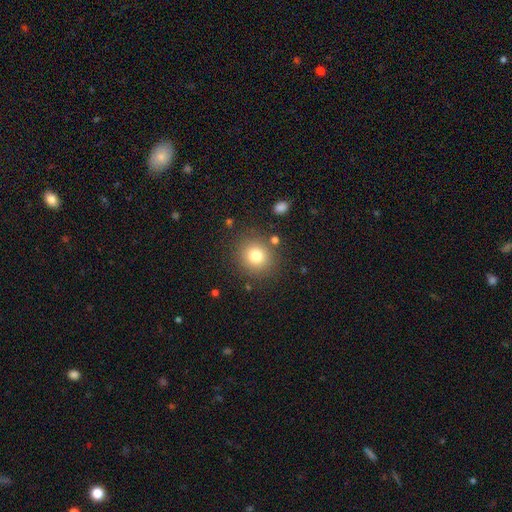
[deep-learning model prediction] smooth-or-featured: smooth: 78% | star or artifact: 13% | featured or disk: 9%
  how-rounded: round: 89% | in between: 10% | cigar-shaped: 1%
  merging: none: 85% | minor disturbance: 8% | major disturbance: 4% | merger: 3%